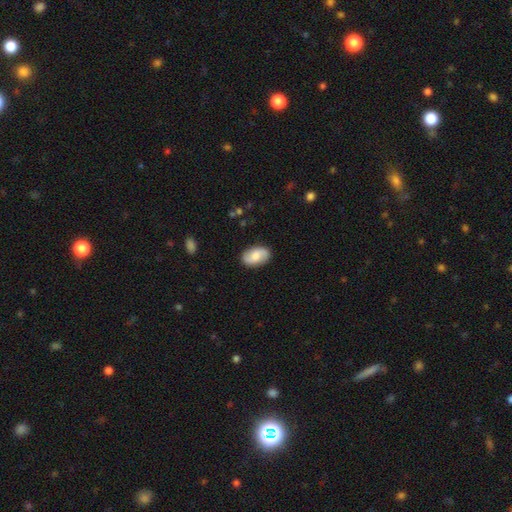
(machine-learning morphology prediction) This is possibly a smooth galaxy (52%). How rounded: clearly in between (91%). Merging: clearly none (85%).